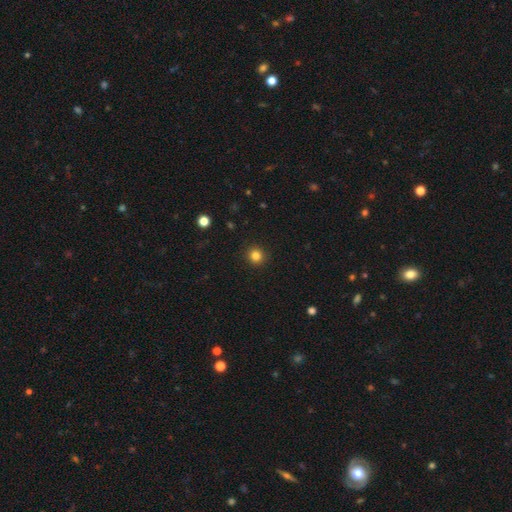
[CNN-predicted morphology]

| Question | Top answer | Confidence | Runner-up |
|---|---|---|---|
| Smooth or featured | smooth | 83% | star or artifact (12%) |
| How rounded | round | 93% | in between (6%) |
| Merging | none | 93% | minor disturbance (5%) |